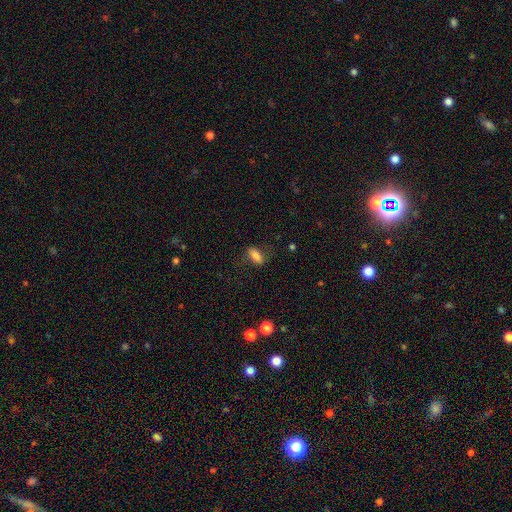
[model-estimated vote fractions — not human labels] This appears to be a smooth galaxy with no disk features (80%) that is in between round and cigar-shaped (73%). Merging: none (74%).